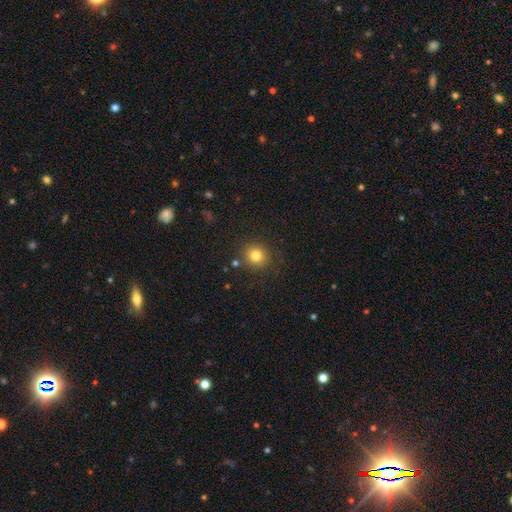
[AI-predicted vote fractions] smooth_or_featured: smooth (p=0.81) [alt: star or artifact p=0.12]
how_rounded: round (p=0.85) [alt: in between p=0.14]
merging: none (p=0.84) [alt: minor disturbance p=0.09]